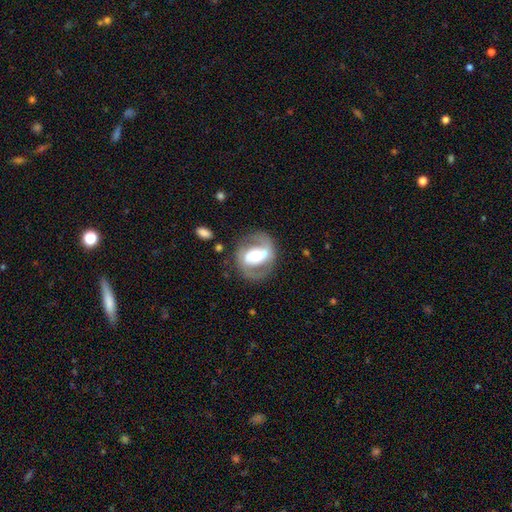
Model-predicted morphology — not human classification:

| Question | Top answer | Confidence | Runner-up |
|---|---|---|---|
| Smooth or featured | featured or disk | 77% | smooth (18%) |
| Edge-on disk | no | 96% | yes (4%) |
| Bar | no | 34% | tied: strong (34%) |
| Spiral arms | yes | 75% | no (25%) |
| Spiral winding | medium | 49% | tight (28%) |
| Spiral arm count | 2 | 85% | can't tell (7%) |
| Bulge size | moderate | 63% | large (18%) |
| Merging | none | 72% | minor disturbance (15%) |